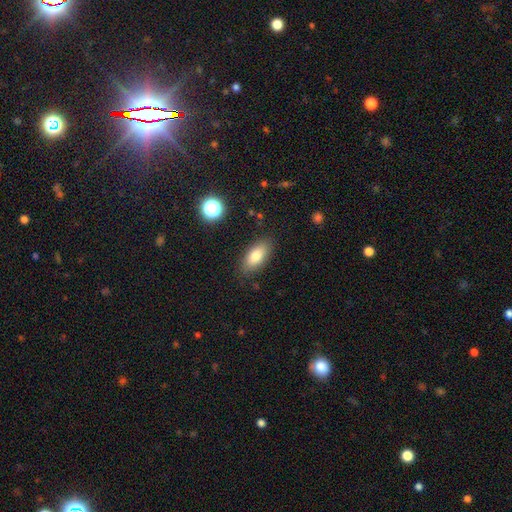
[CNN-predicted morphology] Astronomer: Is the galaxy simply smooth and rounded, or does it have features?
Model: smooth — 79%.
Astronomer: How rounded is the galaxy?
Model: in between — 85%.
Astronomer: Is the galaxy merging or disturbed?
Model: none — 85%.